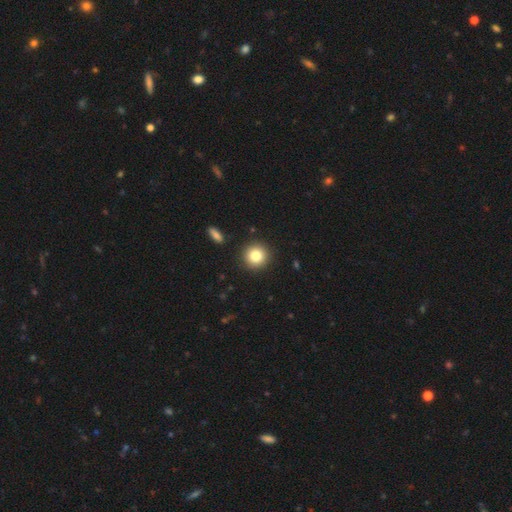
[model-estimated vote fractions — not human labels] Smooth or featured? Predicted: smooth (p=0.82). How rounded? Predicted: round (p=0.93). Merging? Predicted: none (p=0.91).